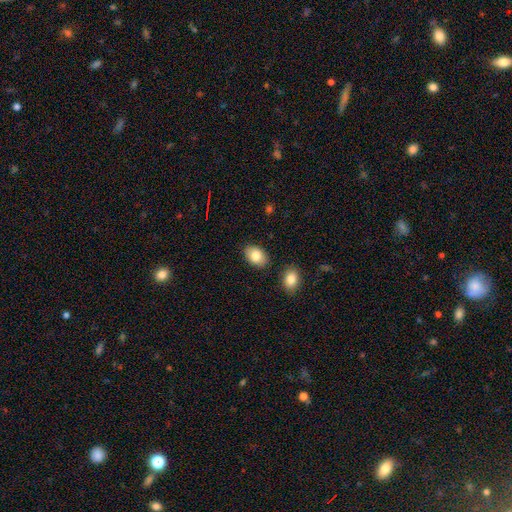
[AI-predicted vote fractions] smooth_or_featured: smooth (p=0.82) [alt: featured or disk p=0.10]
how_rounded: in between (p=0.86) [alt: round p=0.13]
merging: none (p=0.84) [alt: minor disturbance p=0.10]